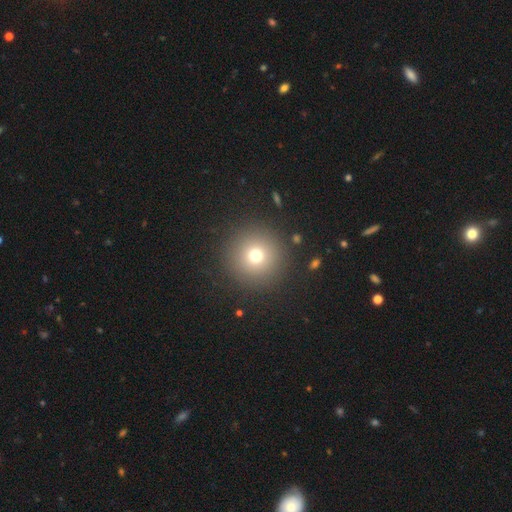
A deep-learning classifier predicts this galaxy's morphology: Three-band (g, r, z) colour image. It shows a smooth galaxy with no disk features (72%) that is round (96%). Merging: none (90%).